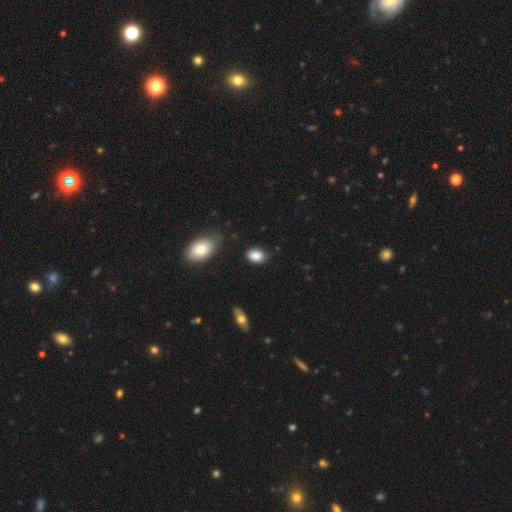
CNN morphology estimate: Smooth or featured? smooth (87%)
How rounded? in between (75%)
Merging? none (78%)